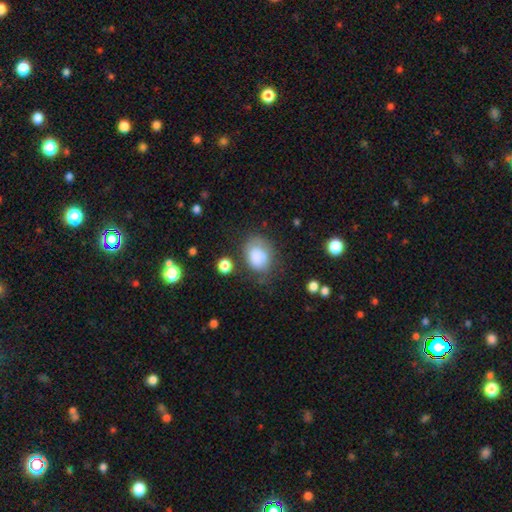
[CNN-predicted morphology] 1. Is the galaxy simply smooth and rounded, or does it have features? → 78% smooth, 12% featured or disk, 10% star or artifact.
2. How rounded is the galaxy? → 58% in between, 41% round, 1% cigar-shaped.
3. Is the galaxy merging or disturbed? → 58% none, 25% minor disturbance, 13% major disturbance, 4% merger.